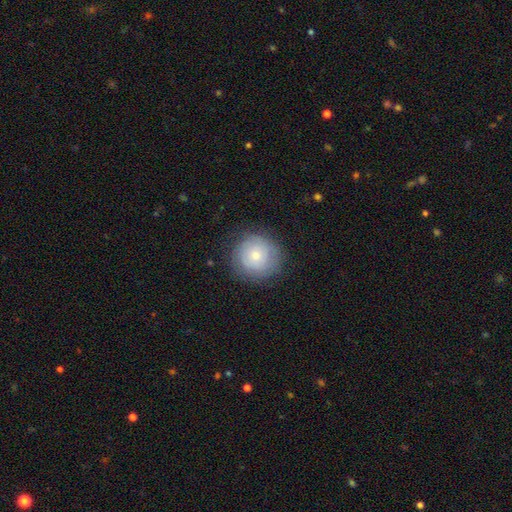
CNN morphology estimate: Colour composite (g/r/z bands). It shows a smooth galaxy with no disk features (69%) that is round (94%). Merging: none (81%).